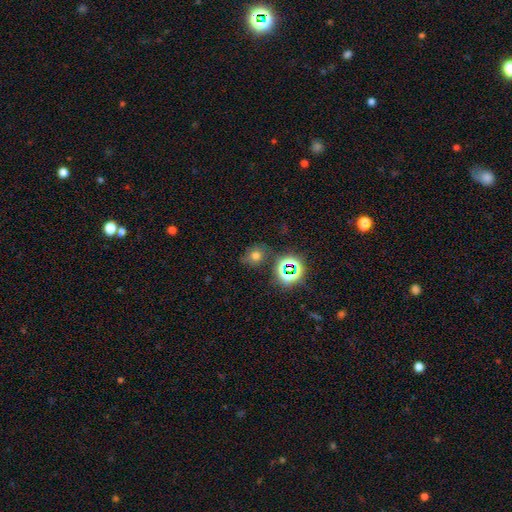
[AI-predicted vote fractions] This is likely a smooth galaxy (62%). How rounded: likely round (65%). Merging: likely none (70%).